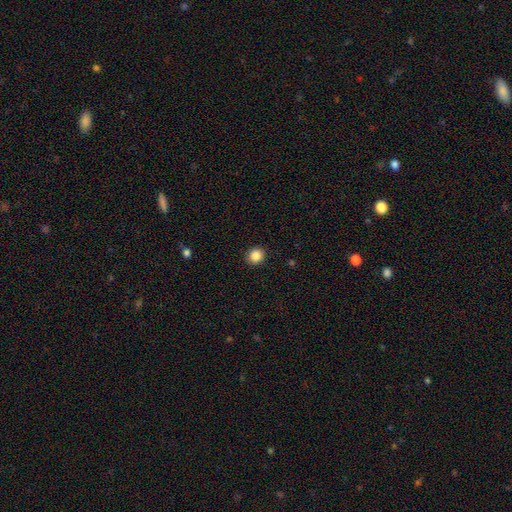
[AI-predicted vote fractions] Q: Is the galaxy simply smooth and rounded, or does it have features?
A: smooth — 87%.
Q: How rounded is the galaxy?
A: round — 85%.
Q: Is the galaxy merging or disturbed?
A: none — 92%.